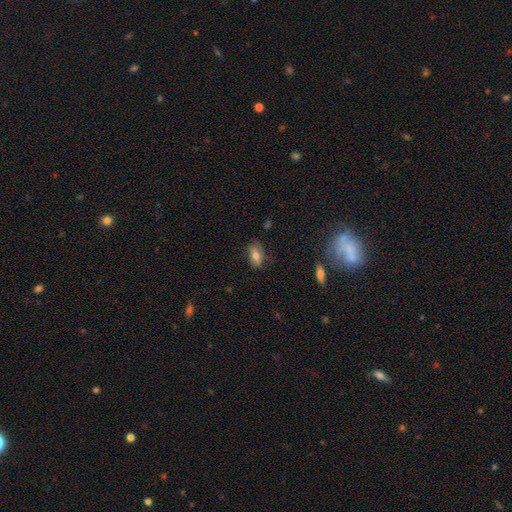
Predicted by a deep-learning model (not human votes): This is likely a smooth galaxy (74%). How rounded: clearly in between (86%). Merging: likely none (72%).